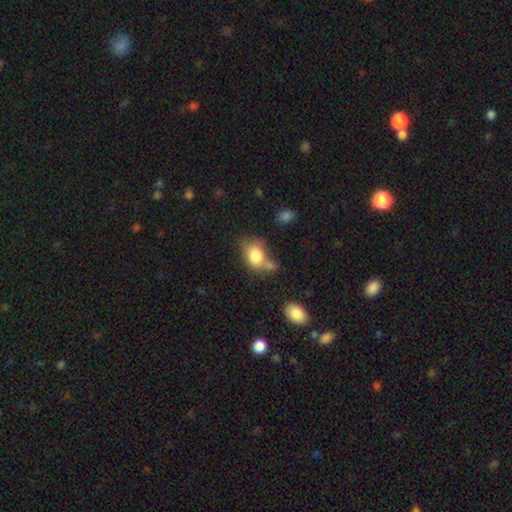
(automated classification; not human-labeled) Smooth or featured: smooth — 80% (featured or disk — 11%)
How rounded: in between — 65% (round — 33%)
Merging: none — 41% (merger — 26%)